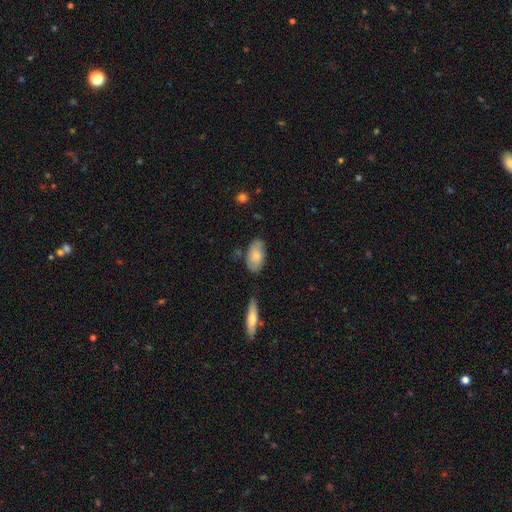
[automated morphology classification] smooth_or_featured: smooth (p=0.77) [alt: featured or disk p=0.17]
how_rounded: in between (p=0.93) [alt: round p=0.04]
merging: none (p=0.70) [alt: minor disturbance p=0.21]